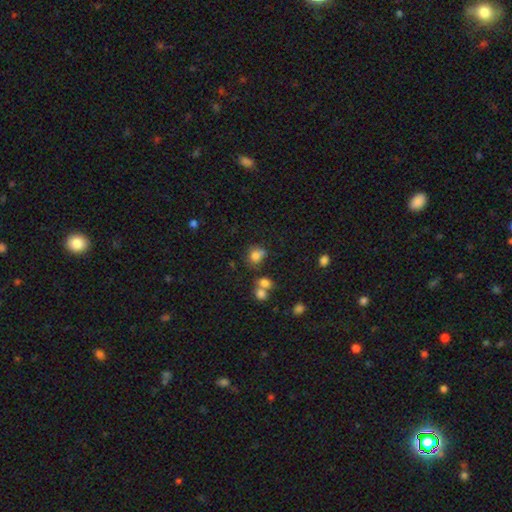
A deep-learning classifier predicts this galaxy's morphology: Overall: smooth (77%). How rounded: round (65%; in between 34%). Merging: none (52%; merger 23%).